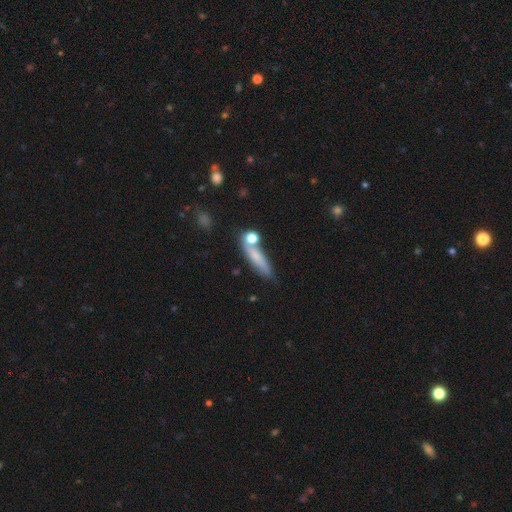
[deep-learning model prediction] This is likely a smooth galaxy (67%). How rounded: likely cigar-shaped (70%). Merging: likely none (65%).